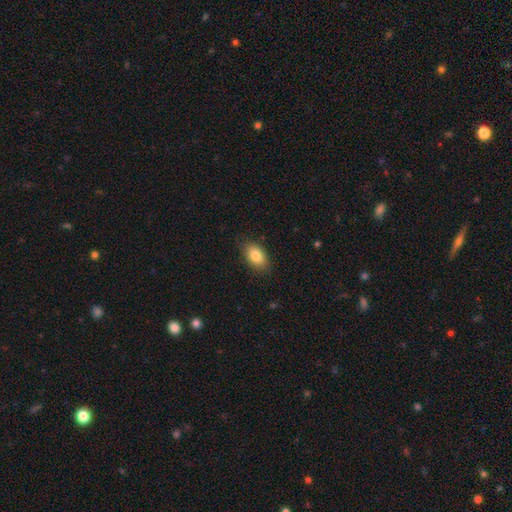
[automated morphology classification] type=smooth (83%); roundness=in between (90%); merging=none (83%).